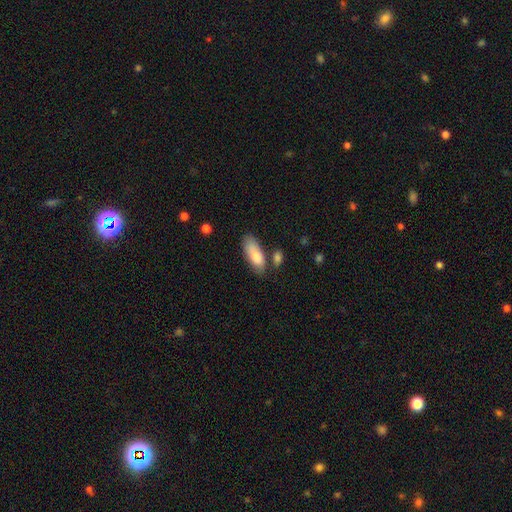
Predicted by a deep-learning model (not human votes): smooth 85%, featured or disk 9%, star or artifact 6%. Down the decision tree: how rounded — in between (77%); merging — none (58%).